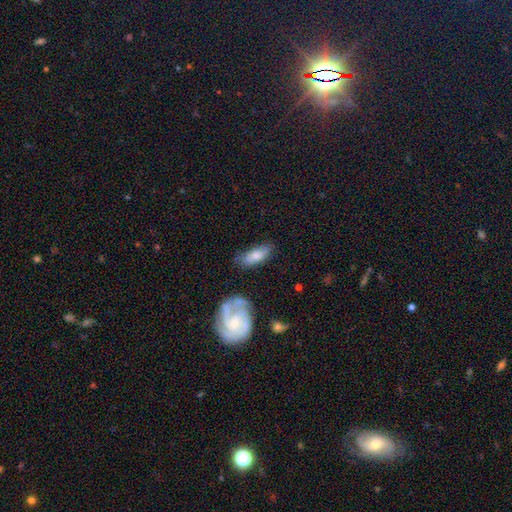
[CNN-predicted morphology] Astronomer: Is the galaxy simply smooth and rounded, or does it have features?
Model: smooth — 69%.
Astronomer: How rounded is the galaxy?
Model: in between — 75%.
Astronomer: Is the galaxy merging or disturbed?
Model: none — 68%.